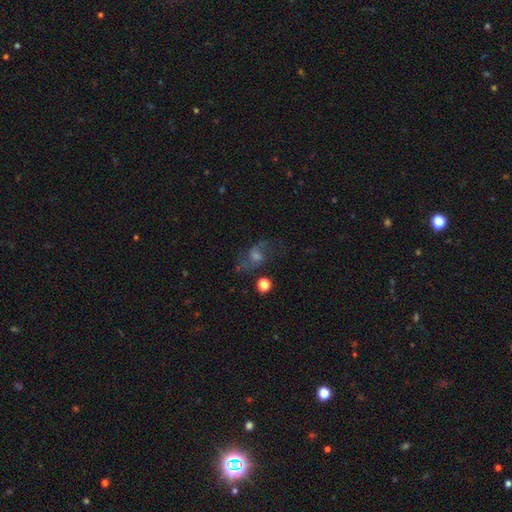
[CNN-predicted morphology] smooth_or_featured: featured or disk (p=0.57) [alt: star or artifact p=0.22]
disk_edge_on: no (p=0.94) [alt: yes p=0.06]
bar: no (p=0.55) [alt: weak p=0.37]
has_spiral_arms: yes (p=0.83) [alt: no p=0.17]
bulge_size: moderate (p=0.38) [alt: small p=0.37]
merging: none (p=0.62) [alt: major disturbance p=0.17]